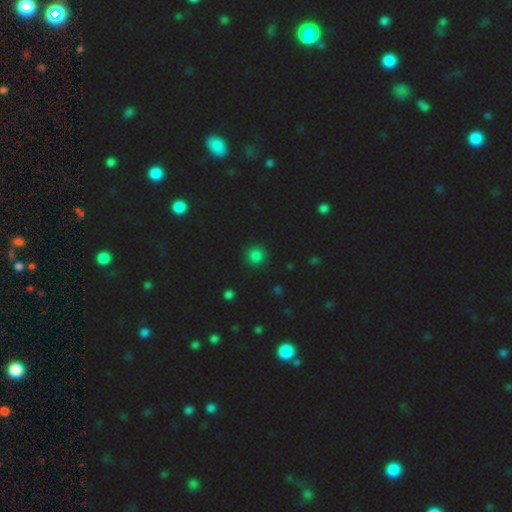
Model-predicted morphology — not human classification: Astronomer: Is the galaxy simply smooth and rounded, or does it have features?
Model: smooth — 80%.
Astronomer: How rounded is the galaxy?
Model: round — 93%.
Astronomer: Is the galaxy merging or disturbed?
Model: none — 91%.